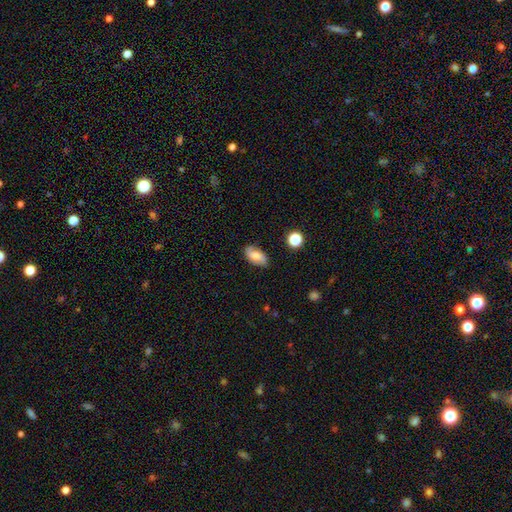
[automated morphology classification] type=smooth (56%); roundness=in between (90%); merging=none (77%).